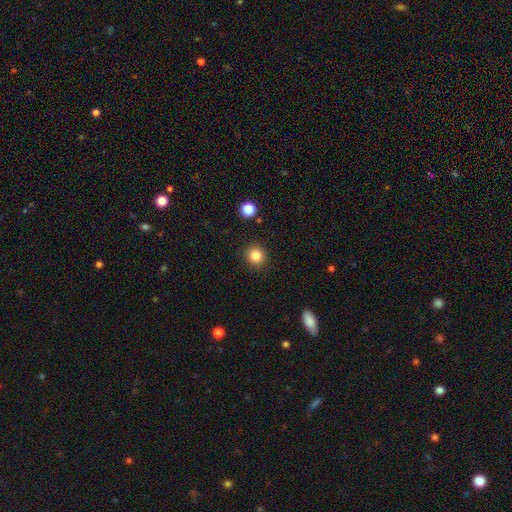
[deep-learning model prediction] Morphology: type=smooth (84%); roundness=round (90%); merging=none (91%).